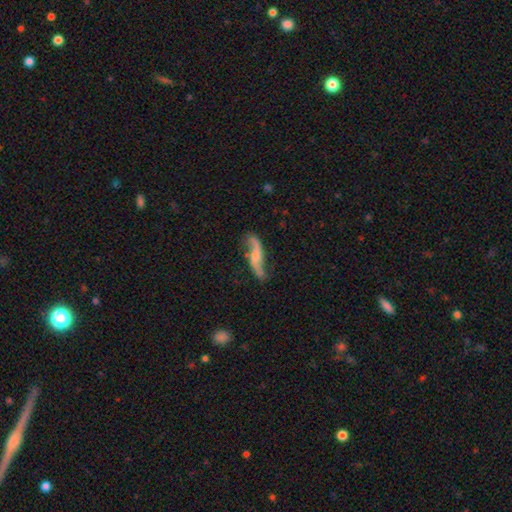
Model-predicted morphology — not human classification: Smooth or featured?
  - featured or disk: 81% *
  - smooth: 13%
  - star or artifact: 6%
Edge-on disk?
  - no: 86% *
  - yes: 14%
Bar?
  - no: 51% *
  - weak: 35%
  - strong: 14%
Spiral arms?
  - yes: 94% *
  - no: 6%
Spiral winding?
  - loose: 89% *
  - medium: 8%
  - tight: 3%
Spiral arm count?
  - 2: 93% *
  - 1: 2%
  - can't tell: 2%
  - 3: 1%
  - 4: 1%
  - more than 4: 1%
Bulge size?
  - small: 41% *
  - moderate: 35%
  - none: 18%
  - large: 5%
  - dominant: 2%
Merging?
  - none: 72% *
  - minor disturbance: 17%
  - major disturbance: 8%
  - merger: 3%